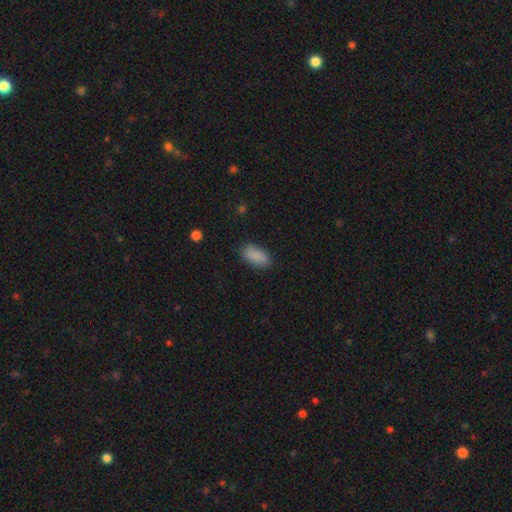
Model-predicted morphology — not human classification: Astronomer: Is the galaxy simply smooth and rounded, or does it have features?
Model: smooth — 89%.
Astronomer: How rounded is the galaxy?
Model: in between — 91%.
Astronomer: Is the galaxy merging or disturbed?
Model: none — 83%.